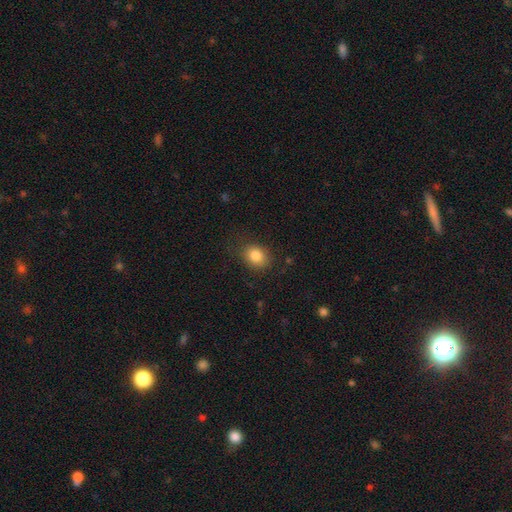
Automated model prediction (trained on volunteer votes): smooth_or_featured: smooth (p=0.83) [alt: star or artifact p=0.10]
how_rounded: round (p=0.57) [alt: in between p=0.42]
merging: none (p=0.81) [alt: minor disturbance p=0.14]